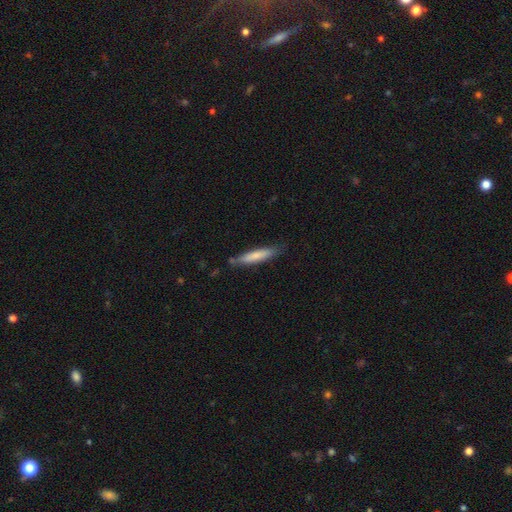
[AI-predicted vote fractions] smooth 74%, featured or disk 20%, star or artifact 6%. Down the decision tree: how rounded — cigar-shaped (87%); merging — none (77%).